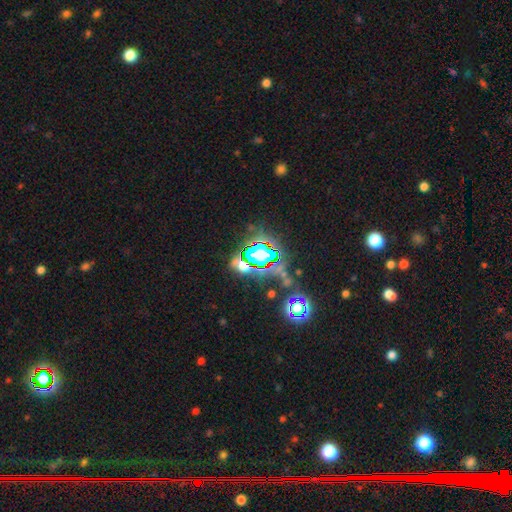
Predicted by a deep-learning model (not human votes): A star or artifact, not a galaxy (63%).